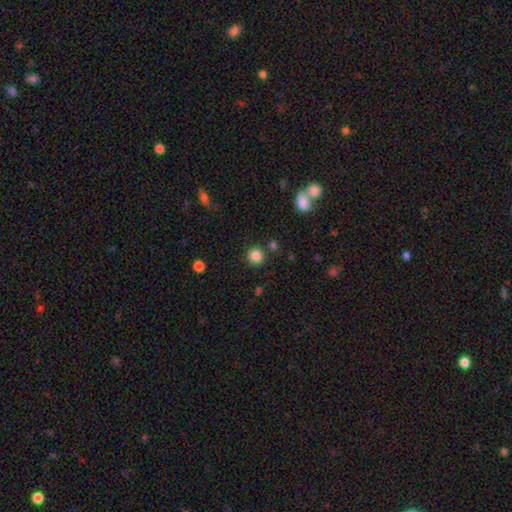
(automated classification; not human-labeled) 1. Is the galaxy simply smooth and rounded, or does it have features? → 85% smooth, 11% star or artifact, 4% featured or disk.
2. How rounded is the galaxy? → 93% round, 6% in between, 1% cigar-shaped.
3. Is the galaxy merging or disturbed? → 86% none, 7% minor disturbance, 4% merger, 3% major disturbance.